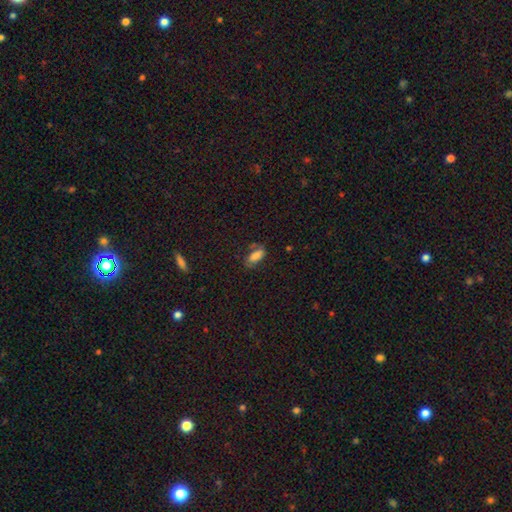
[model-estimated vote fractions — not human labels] Q: Smooth or featured?
A: smooth (71%); runner-up: featured or disk (17%)
Q: How rounded?
A: in between (86%); runner-up: cigar-shaped (10%)
Q: Merging?
A: none (63%); runner-up: minor disturbance (23%)